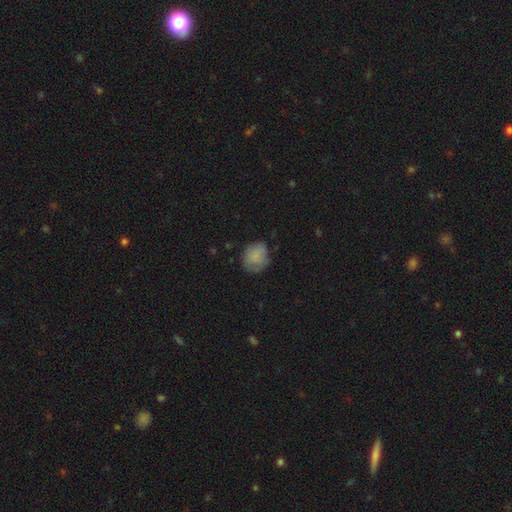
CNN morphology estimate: smooth 81%, featured or disk 10%, star or artifact 9%. Down the decision tree: how rounded — round (70%); merging — none (61%).